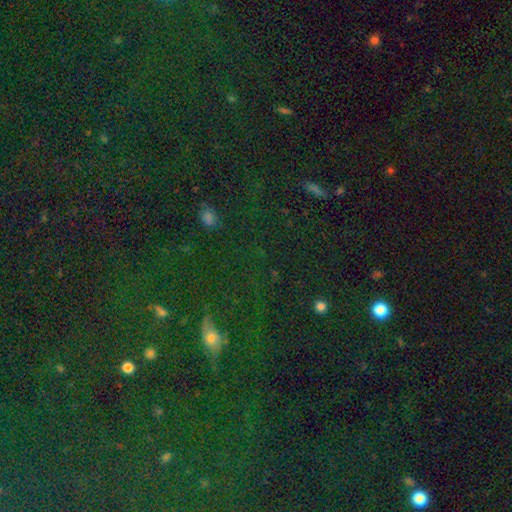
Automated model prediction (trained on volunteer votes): Smooth or featured? star or artifact (74%)